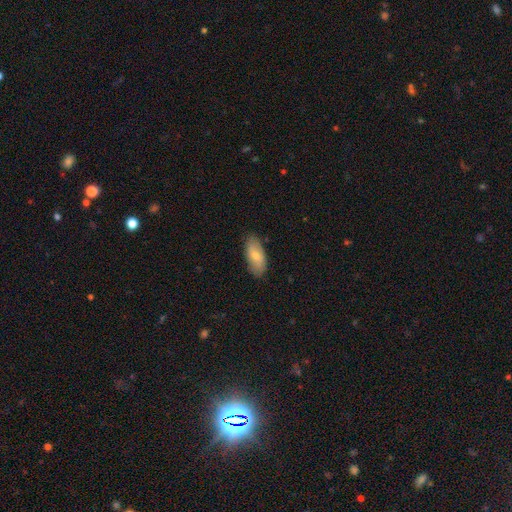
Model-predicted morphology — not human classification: This appears to be a smooth galaxy with no disk features (69%) that is in between round and cigar-shaped (90%). Merging: none (81%).